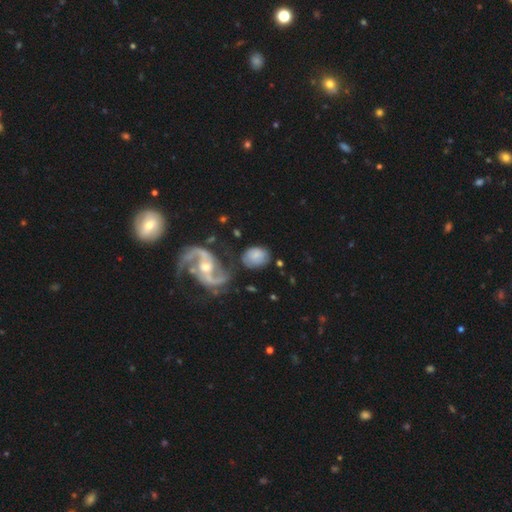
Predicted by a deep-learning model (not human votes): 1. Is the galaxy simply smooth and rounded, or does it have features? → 48% smooth, 43% featured or disk, 9% star or artifact.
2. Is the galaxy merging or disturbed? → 59% none, 20% minor disturbance, 12% merger, 9% major disturbance.